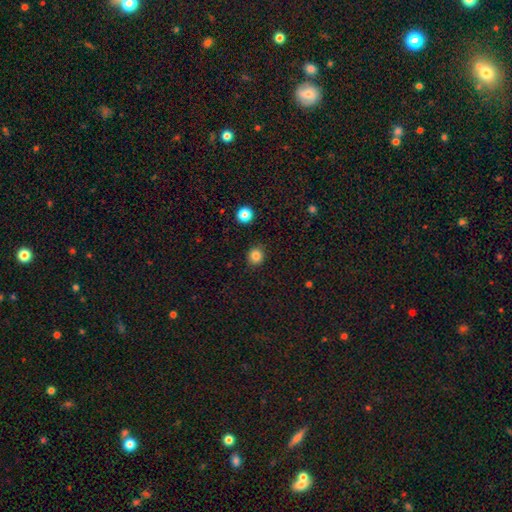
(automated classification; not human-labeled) smooth-or-featured: smooth: 83% | star or artifact: 12% | featured or disk: 5%
  how-rounded: round: 88% | in between: 11% | cigar-shaped: 1%
  merging: none: 91% | minor disturbance: 6% | major disturbance: 2% | merger: 1%